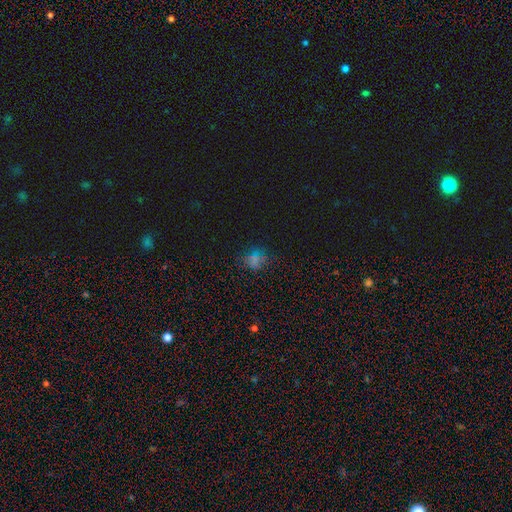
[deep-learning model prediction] Smooth or featured? smooth (54%)
How rounded? round (71%)
Merging? none (76%)